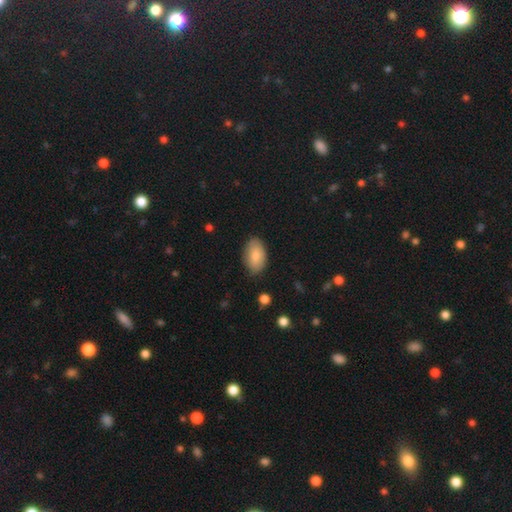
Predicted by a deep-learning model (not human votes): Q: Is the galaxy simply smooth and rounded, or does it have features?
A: smooth — 83%.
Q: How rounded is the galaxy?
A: in between — 93%.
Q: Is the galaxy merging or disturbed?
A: none — 81%.